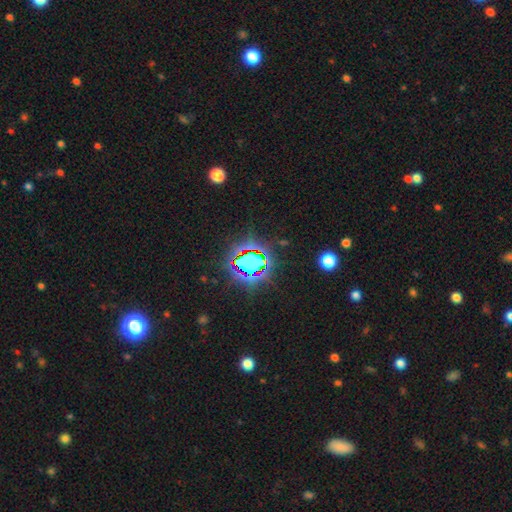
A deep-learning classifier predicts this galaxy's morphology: This appears to be a star or artifact, not a galaxy (79%).